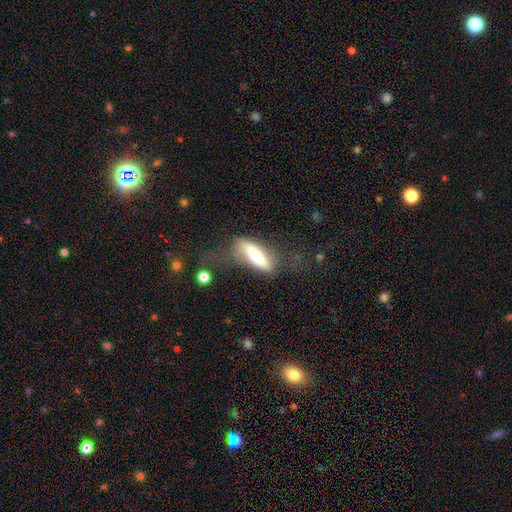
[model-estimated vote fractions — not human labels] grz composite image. It shows a smooth galaxy with no disk features (58%) that is cigar-shaped (50%). Merging: none (44%).